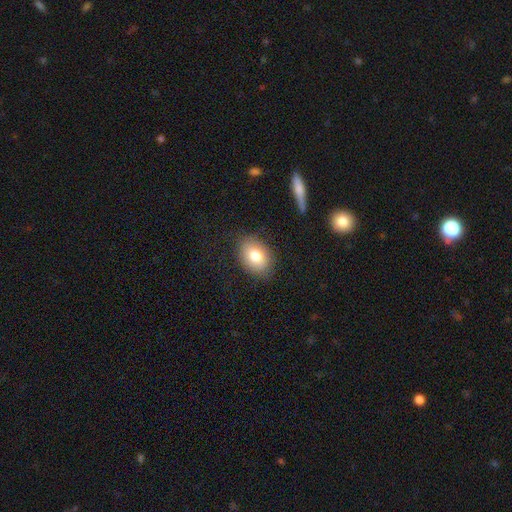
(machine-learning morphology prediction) A smooth galaxy with no disk features (81%) that is in between round and cigar-shaped (77%).

Vote fractions:
- Smooth or featured? smooth: 81% / featured or disk: 11% / star or artifact: 8%
- How rounded? in between: 77% / round: 22% / cigar-shaped: 1%
- Merging? none: 84% / minor disturbance: 12% / major disturbance: 3% / merger: 1%